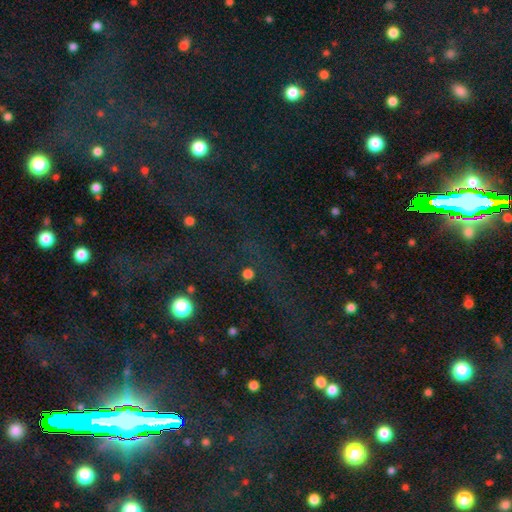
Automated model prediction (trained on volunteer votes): This is likely a star or artifact rather than a galaxy (78%).